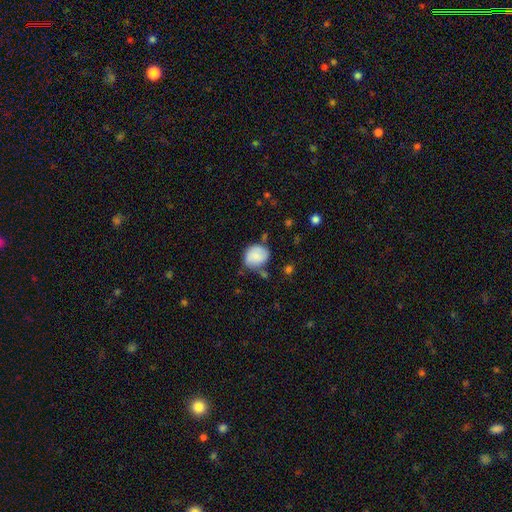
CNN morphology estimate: A smooth galaxy with no disk features (75%) that is round (65%).

Vote fractions:
- Smooth or featured? smooth: 75% / featured or disk: 17% / star or artifact: 8%
- How rounded? round: 65% / in between: 34% / cigar-shaped: 1%
- Merging? none: 57% / minor disturbance: 28% / major disturbance: 8% / merger: 7%